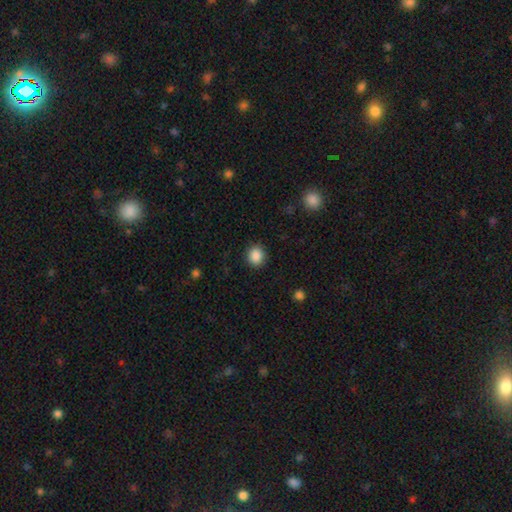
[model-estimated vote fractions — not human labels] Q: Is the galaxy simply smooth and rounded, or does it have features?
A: smooth — 88%.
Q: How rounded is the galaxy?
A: round — 82%.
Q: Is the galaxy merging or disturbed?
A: none — 90%.